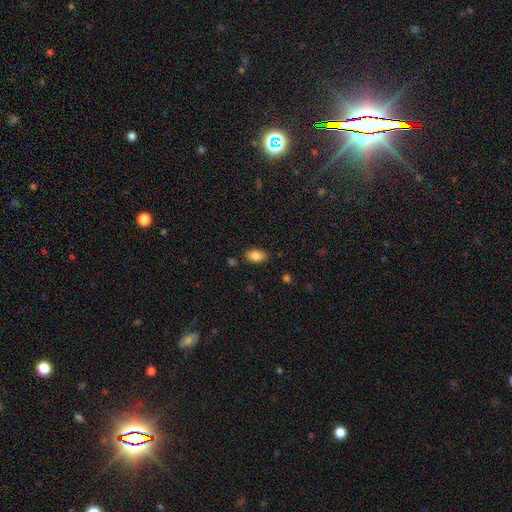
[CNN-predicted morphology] This is clearly a smooth galaxy (86%). How rounded: clearly in between (91%). Merging: clearly none (82%).